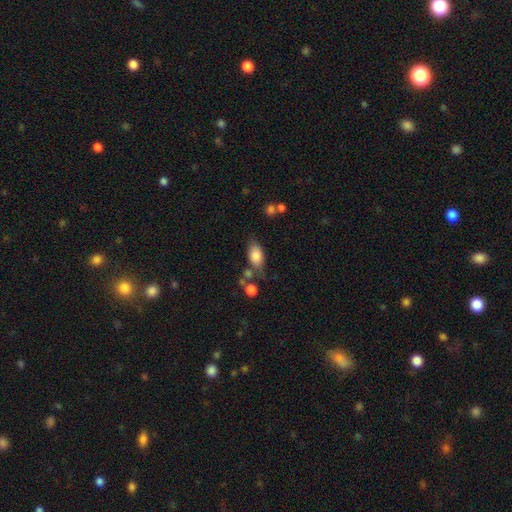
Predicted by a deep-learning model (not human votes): Smooth or featured? smooth (80%)
How rounded? in between (88%)
Merging? none (54%)